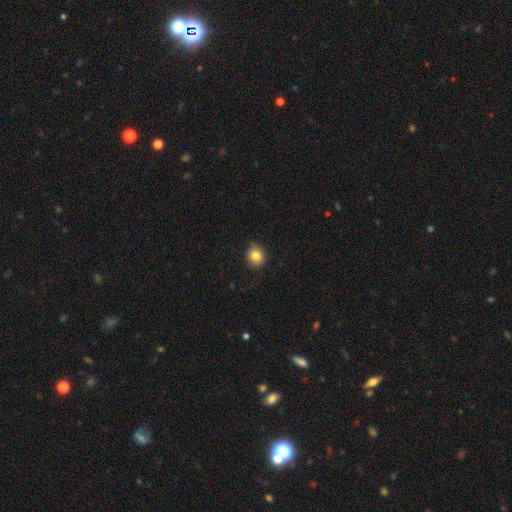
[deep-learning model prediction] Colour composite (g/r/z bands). It shows a smooth galaxy with no disk features (84%) that is round (76%). Merging: none (86%).